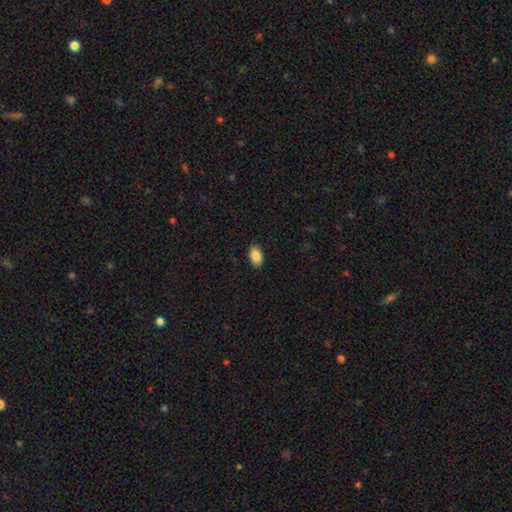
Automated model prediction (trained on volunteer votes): Smooth or featured? Predicted: smooth (p=0.89). How rounded? Predicted: in between (p=0.92). Merging? Predicted: none (p=0.88).